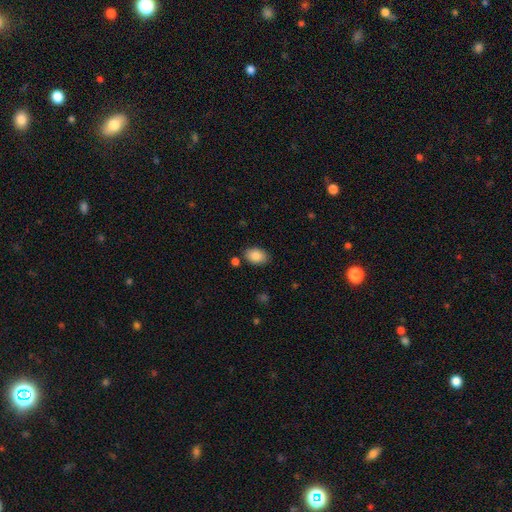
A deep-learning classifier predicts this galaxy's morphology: This is clearly a smooth galaxy (87%). How rounded: clearly in between (84%). Merging: clearly none (81%).